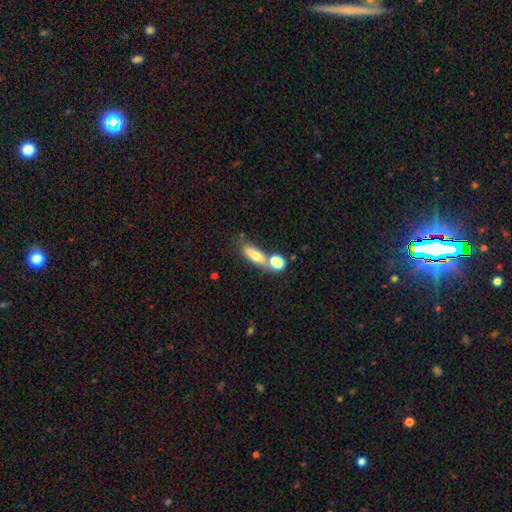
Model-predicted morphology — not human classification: Smooth or featured?
  - smooth: 65% *
  - featured or disk: 25%
  - star or artifact: 9%
How rounded?
  - in between: 54% *
  - cigar-shaped: 38%
  - round: 8%
Merging?
  - none: 50% *
  - merger: 32%
  - minor disturbance: 13%
  - major disturbance: 5%